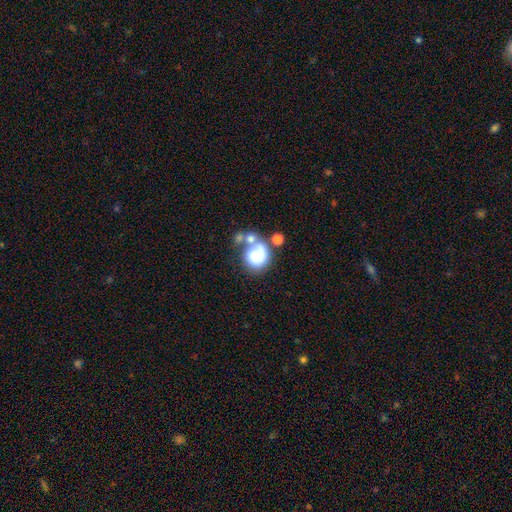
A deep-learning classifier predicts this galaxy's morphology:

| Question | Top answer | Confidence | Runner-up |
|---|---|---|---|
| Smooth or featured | smooth | 67% | featured or disk (24%) |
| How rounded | round | 68% | in between (31%) |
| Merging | merger | 45% | none (28%) |